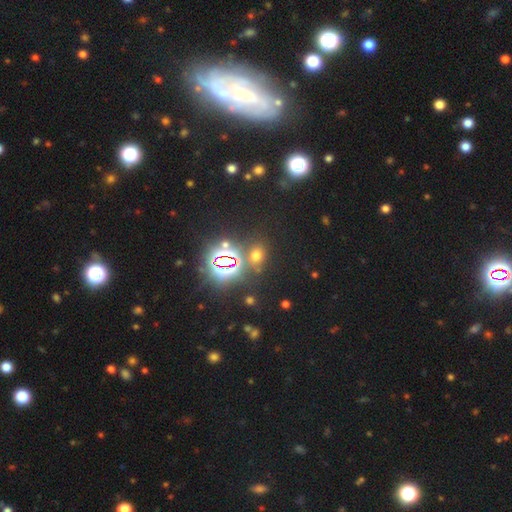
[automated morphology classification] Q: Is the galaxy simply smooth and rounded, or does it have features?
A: star or artifact — 50%.